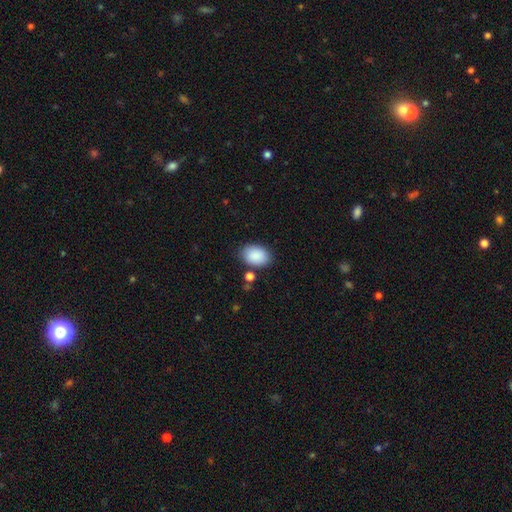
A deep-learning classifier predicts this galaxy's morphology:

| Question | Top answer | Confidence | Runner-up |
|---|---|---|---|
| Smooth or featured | smooth | 89% | star or artifact (7%) |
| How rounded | in between | 84% | round (15%) |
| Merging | none | 80% | minor disturbance (12%) |